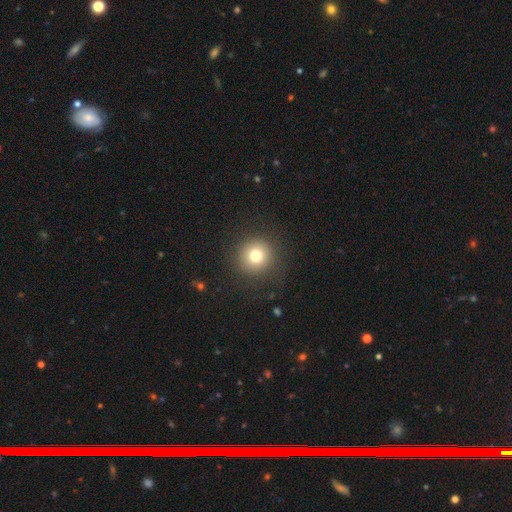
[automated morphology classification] Q: Smooth or featured?
A: smooth (77%); runner-up: star or artifact (14%)
Q: How rounded?
A: round (95%); runner-up: in between (4%)
Q: Merging?
A: none (89%); runner-up: minor disturbance (6%)